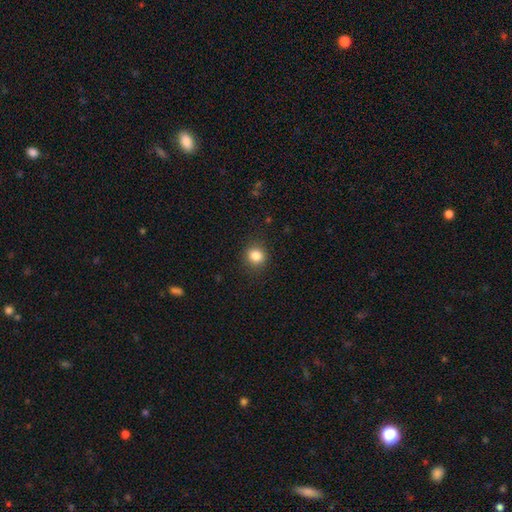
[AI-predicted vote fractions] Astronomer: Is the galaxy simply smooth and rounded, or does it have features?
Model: smooth — 85%.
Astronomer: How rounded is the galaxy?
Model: round — 85%.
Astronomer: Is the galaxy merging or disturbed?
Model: none — 88%.